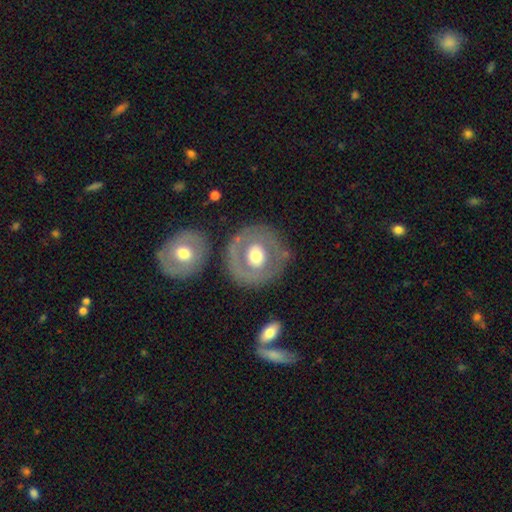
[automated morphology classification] type=smooth (47%, tied with featured or disk); merging=none (77%).